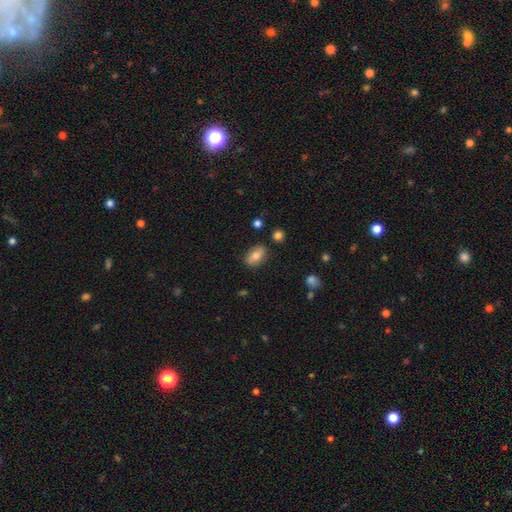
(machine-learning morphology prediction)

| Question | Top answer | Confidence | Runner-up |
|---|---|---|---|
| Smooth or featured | smooth | 71% | featured or disk (21%) |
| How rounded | in between | 86% | round (11%) |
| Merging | none | 84% | minor disturbance (11%) |